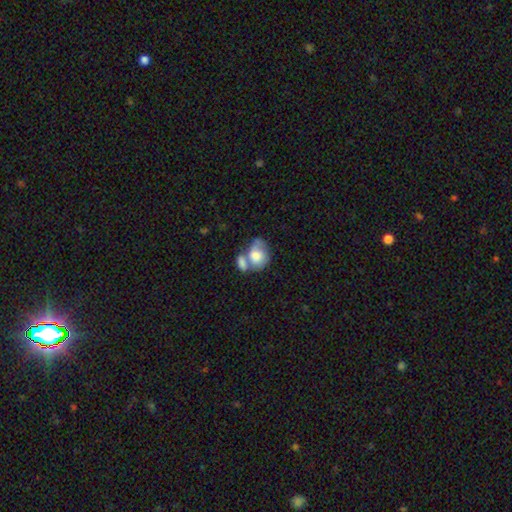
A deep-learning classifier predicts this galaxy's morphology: This is likely a smooth galaxy (73%). How rounded: likely in between (66%). Merging: likely merger (60%).